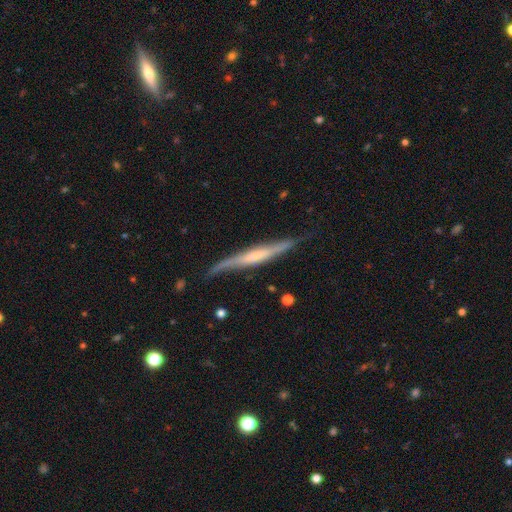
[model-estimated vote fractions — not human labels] A featured or disk galaxy (65%) viewed edge-on (87%) with no central bulge (45%). Merging: none (64%).